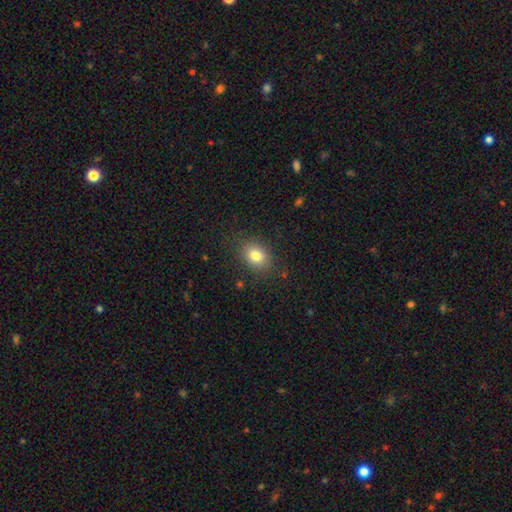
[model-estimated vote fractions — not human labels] smooth-or-featured: smooth: 80% | star or artifact: 11% | featured or disk: 9%
  how-rounded: in between: 61% | round: 38% | cigar-shaped: 1%
  merging: none: 84% | minor disturbance: 11% | major disturbance: 4% | merger: 1%